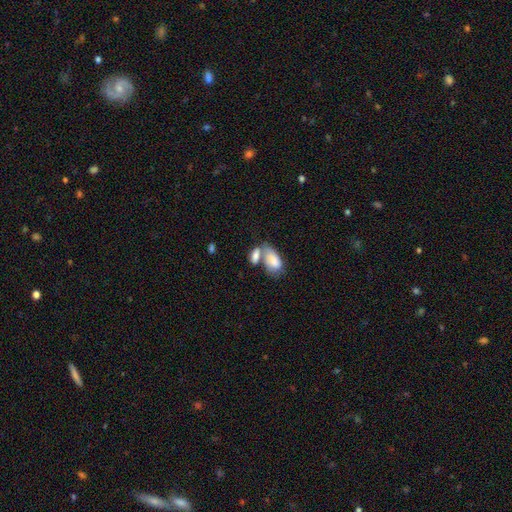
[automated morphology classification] Smooth or featured: smooth — 78% (featured or disk — 15%)
How rounded: in between — 90% (cigar-shaped — 5%)
Merging: merger — 59% (none — 24%)